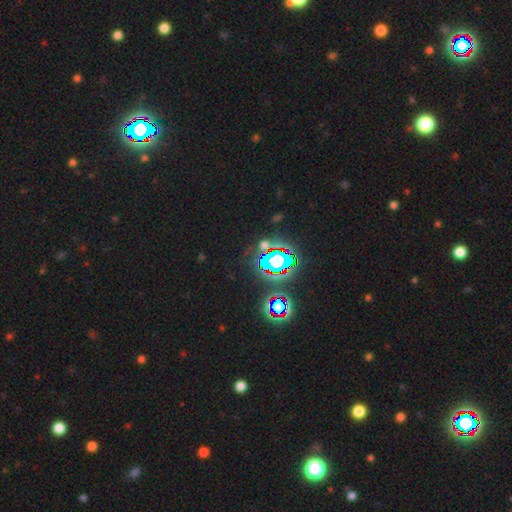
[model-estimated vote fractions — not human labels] Smooth or featured? Predicted: star or artifact (p=0.83).